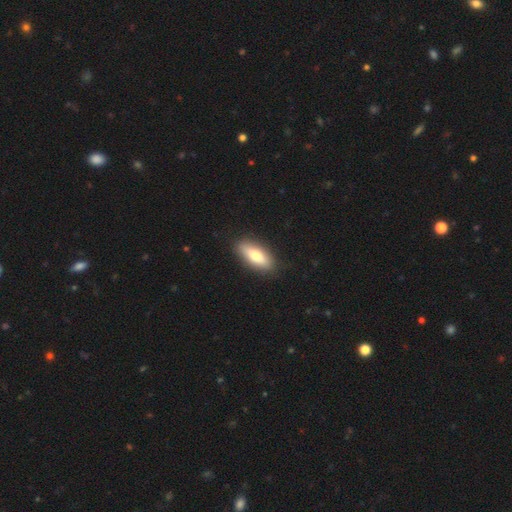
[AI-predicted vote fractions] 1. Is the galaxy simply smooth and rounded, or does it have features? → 75% smooth, 19% featured or disk, 6% star or artifact.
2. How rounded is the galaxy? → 71% in between, 27% cigar-shaped, 2% round.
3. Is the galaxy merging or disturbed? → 87% none, 9% minor disturbance, 2% major disturbance, 1% merger.